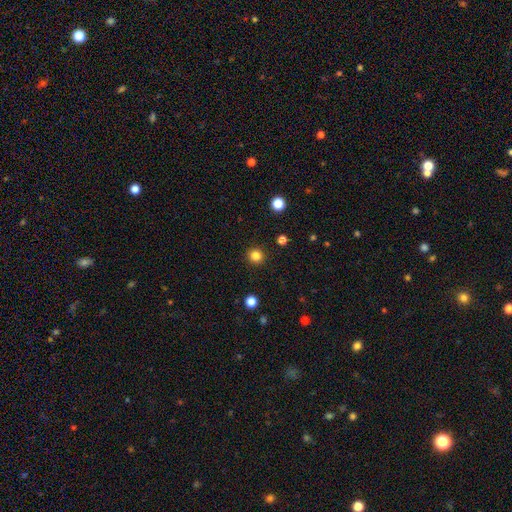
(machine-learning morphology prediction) type=smooth (83%); roundness=round (95%); merging=none (92%).